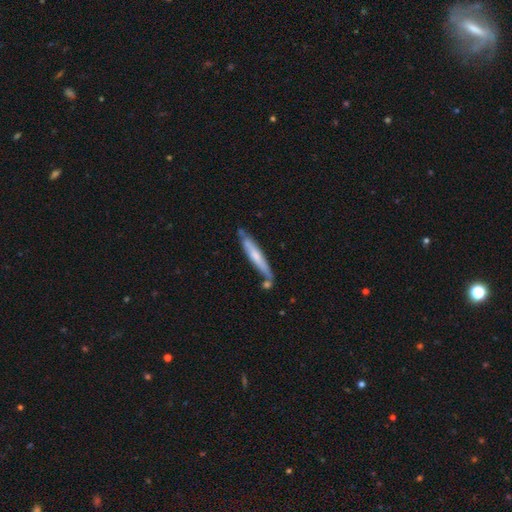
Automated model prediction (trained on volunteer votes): Overall: smooth (54%; featured or disk 41%). How rounded: cigar-shaped (92%). Merging: none (67%).